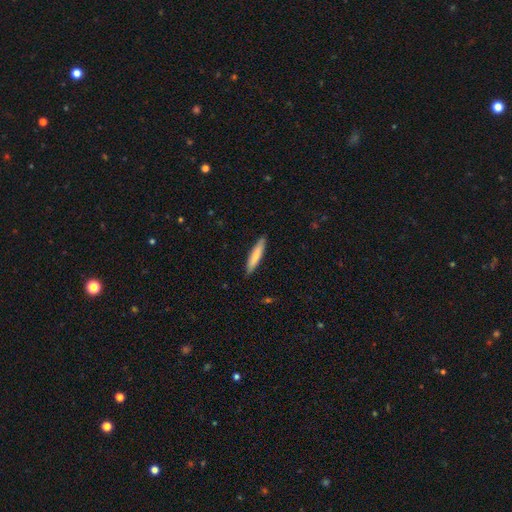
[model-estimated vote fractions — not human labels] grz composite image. It shows a smooth galaxy with no disk features (75%) that is cigar-shaped (87%). Merging: none (89%).